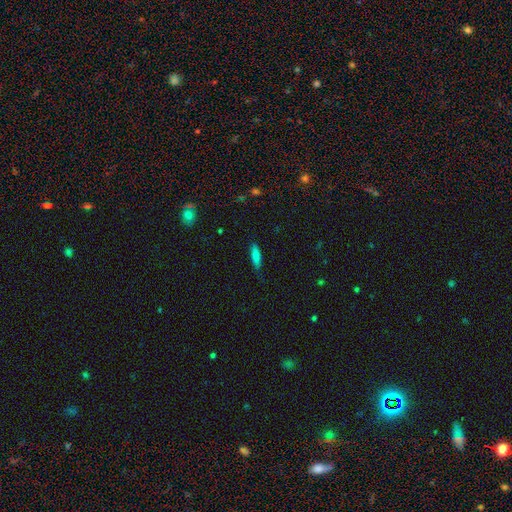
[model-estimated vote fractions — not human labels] smooth 77%, featured or disk 14%, star or artifact 9%. Down the decision tree: how rounded — cigar-shaped (59%); merging — none (78%).